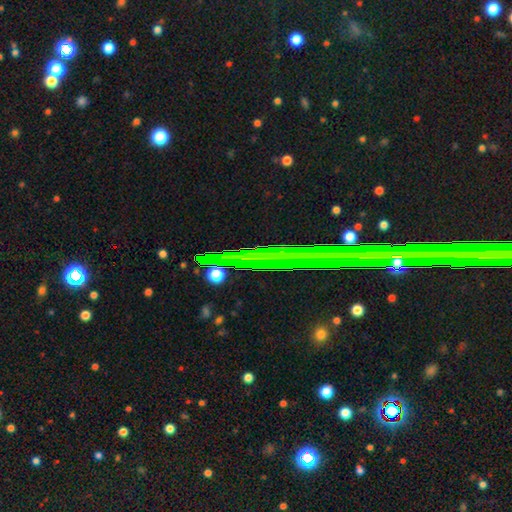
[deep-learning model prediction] Smooth or featured? star or artifact (63%)